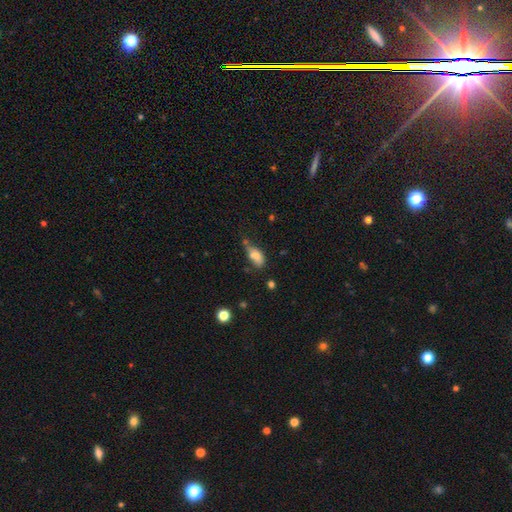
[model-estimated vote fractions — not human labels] A smooth galaxy with no disk features (76%) that is in between round and cigar-shaped (84%). Merging: none (35%).